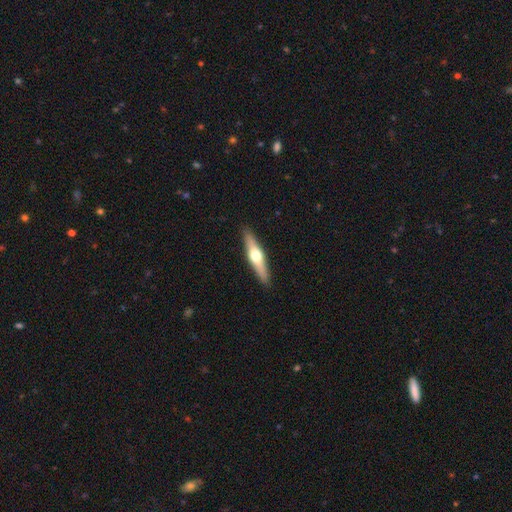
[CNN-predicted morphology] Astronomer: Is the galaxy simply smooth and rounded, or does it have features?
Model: featured or disk — 56% (runner-up: smooth, 39%).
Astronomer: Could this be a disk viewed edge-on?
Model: yes — 94%.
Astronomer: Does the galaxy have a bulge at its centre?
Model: rounded — 94%.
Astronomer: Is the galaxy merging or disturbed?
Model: none — 91%.